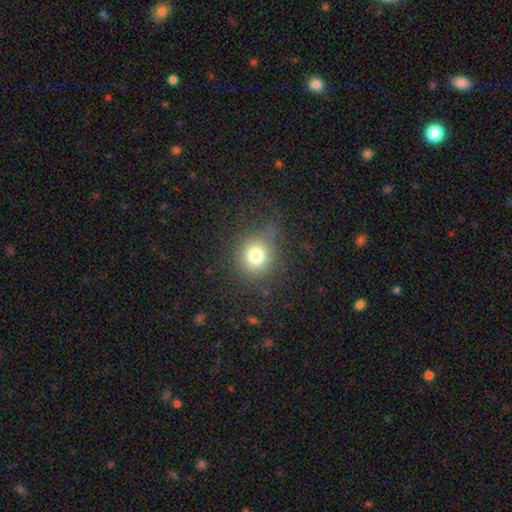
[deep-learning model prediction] Smooth or featured? Predicted: smooth (p=0.77). How rounded? Predicted: round (p=0.87). Merging? Predicted: none (p=0.71).